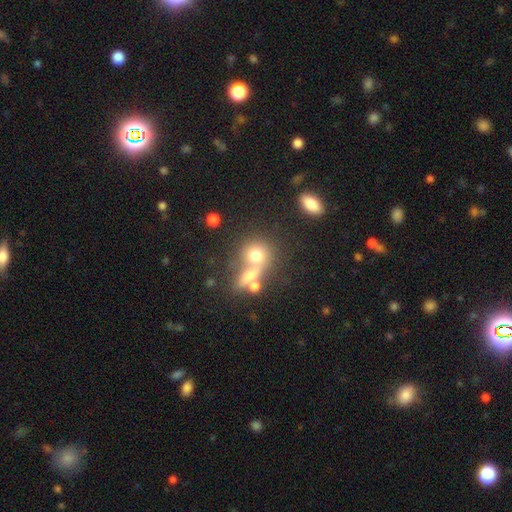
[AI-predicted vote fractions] Morphology: type=smooth (69%); roundness=round (73%); merging=merger (49%).